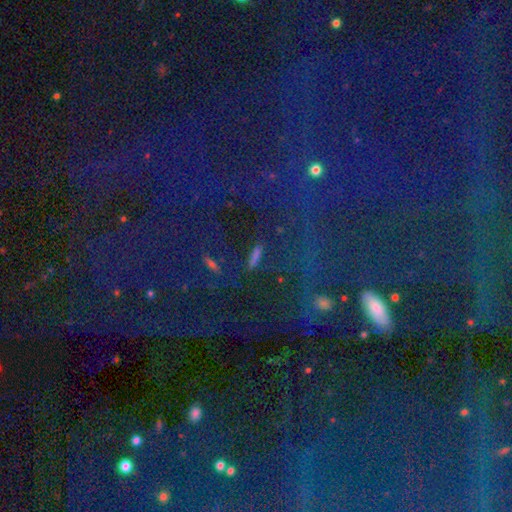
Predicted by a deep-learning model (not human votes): smooth-or-featured: star or artifact: 49% | smooth: 32% | featured or disk: 19%